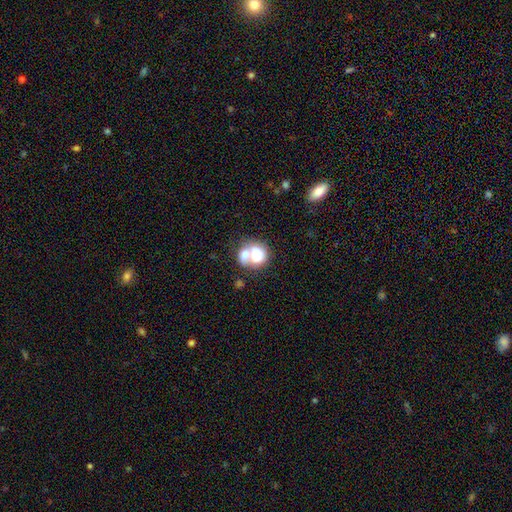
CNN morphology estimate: A smooth galaxy with no disk features (66%) that is round (62%).

Vote fractions:
- Smooth or featured? smooth: 66% / featured or disk: 26% / star or artifact: 9%
- How rounded? round: 62% / in between: 37% / cigar-shaped: 1%
- Merging? merger: 66% / none: 21% / minor disturbance: 8% / major disturbance: 6%